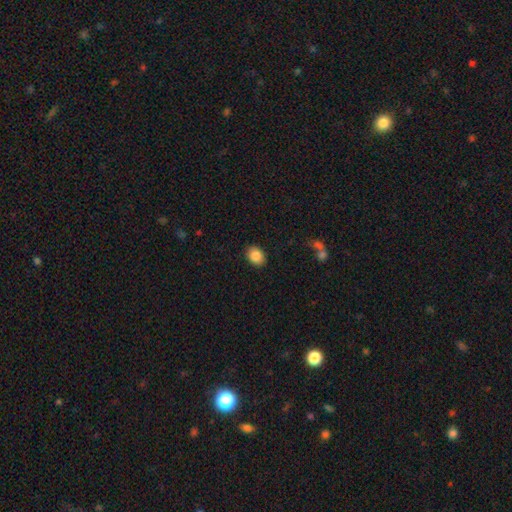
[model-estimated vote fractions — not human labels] Smooth or featured?
  - smooth: 86% *
  - star or artifact: 8%
  - featured or disk: 6%
How rounded?
  - in between: 64% *
  - round: 35%
  - cigar-shaped: 1%
Merging?
  - none: 89% *
  - minor disturbance: 8%
  - major disturbance: 2%
  - merger: 1%